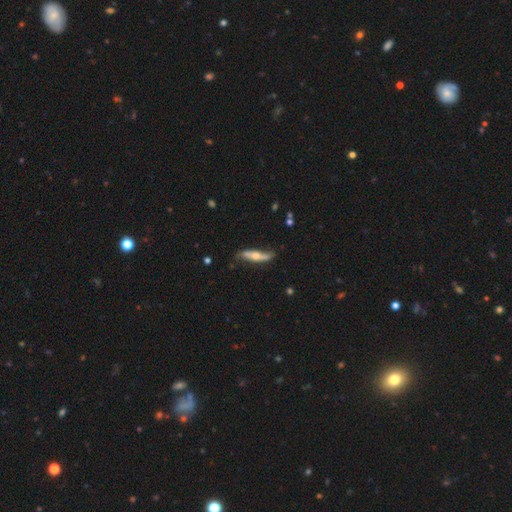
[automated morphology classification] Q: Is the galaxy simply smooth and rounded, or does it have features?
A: featured or disk — 62%.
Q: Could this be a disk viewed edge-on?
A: yes — 62%.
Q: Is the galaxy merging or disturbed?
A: none — 70%.